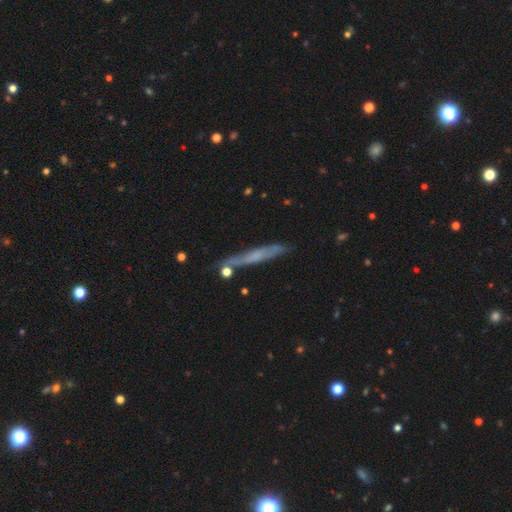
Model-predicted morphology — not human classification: A featured or disk galaxy (51%) viewed edge-on (85%). Merging: none (76%).